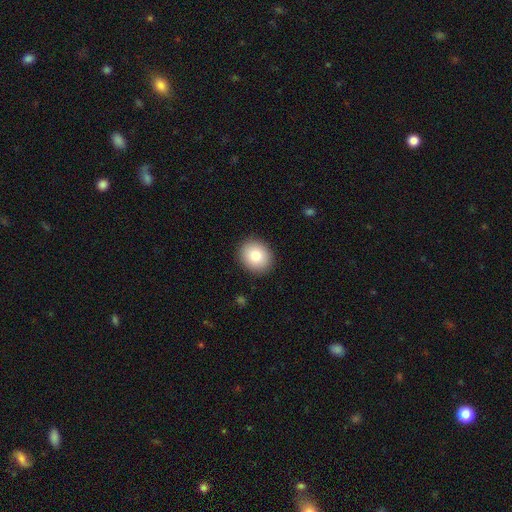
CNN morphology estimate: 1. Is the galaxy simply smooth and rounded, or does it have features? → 83% smooth, 9% featured or disk, 8% star or artifact.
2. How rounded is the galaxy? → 72% round, 27% in between, 1% cigar-shaped.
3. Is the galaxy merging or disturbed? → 90% none, 7% minor disturbance, 2% major disturbance, 1% merger.